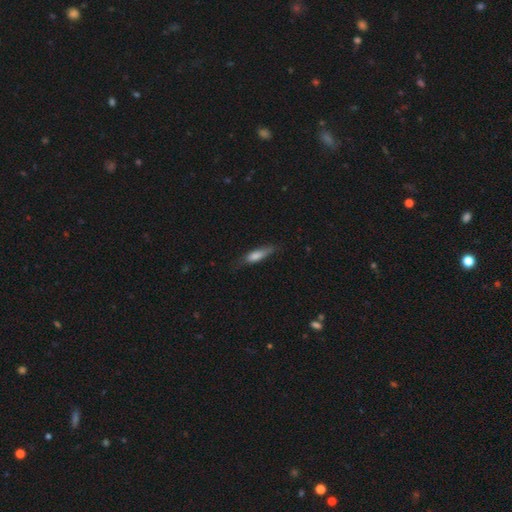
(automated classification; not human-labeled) A smooth galaxy with no disk features (71%) that is cigar-shaped (64%).

Vote fractions:
- Smooth or featured? smooth: 71% / featured or disk: 22% / star or artifact: 7%
- How rounded? cigar-shaped: 64% / in between: 34% / round: 2%
- Merging? none: 66% / minor disturbance: 26% / major disturbance: 7% / merger: 1%